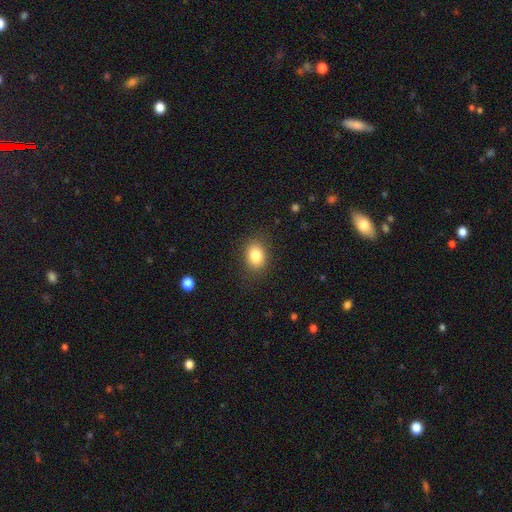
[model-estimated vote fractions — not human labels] smooth-or-featured: smooth: 84% | star or artifact: 10% | featured or disk: 7%
  how-rounded: in between: 63% | round: 36% | cigar-shaped: 1%
  merging: none: 86% | minor disturbance: 10% | major disturbance: 3% | merger: 1%